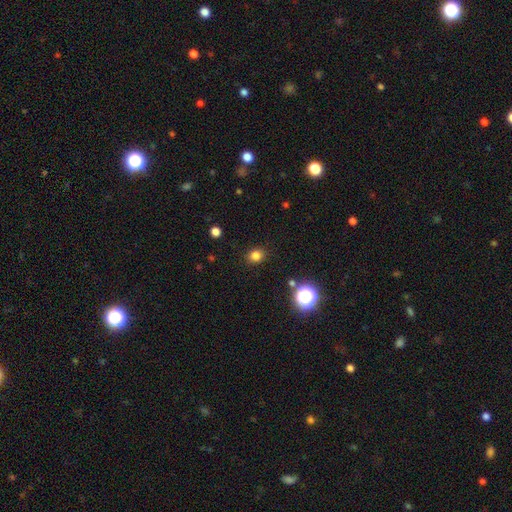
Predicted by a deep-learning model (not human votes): This is clearly a smooth galaxy (80%). How rounded: likely round (72%). Merging: clearly none (89%).